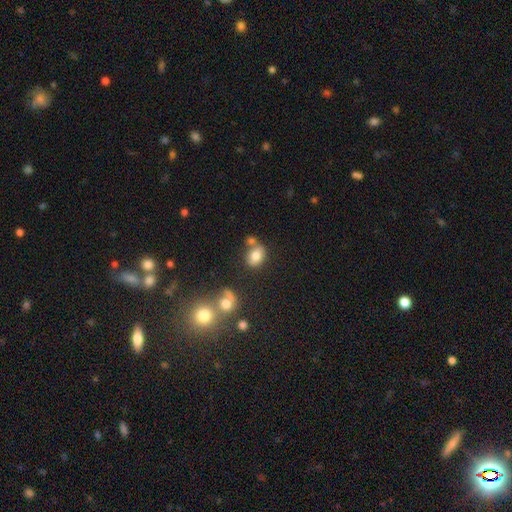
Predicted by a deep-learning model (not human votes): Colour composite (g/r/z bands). It shows a smooth galaxy with no disk features (79%) that is in between round and cigar-shaped (64%). Merging: none (56%).